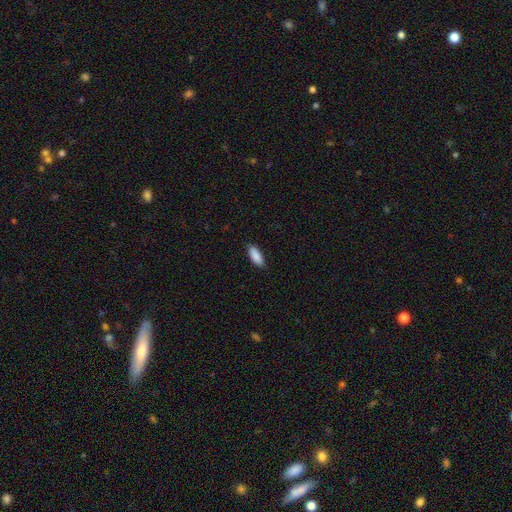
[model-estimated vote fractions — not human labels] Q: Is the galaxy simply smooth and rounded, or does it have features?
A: smooth — 90%.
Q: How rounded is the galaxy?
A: in between — 75%.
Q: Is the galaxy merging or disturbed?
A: none — 84%.